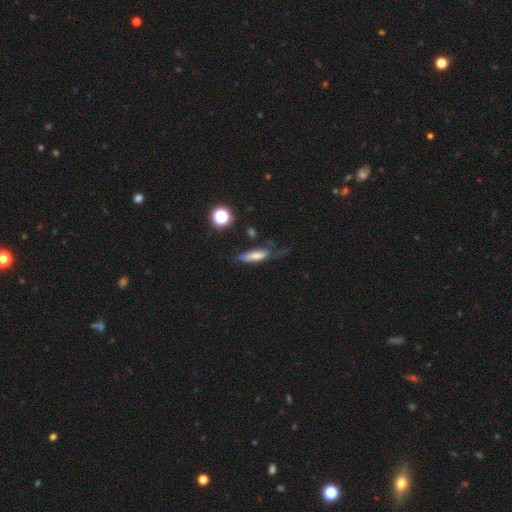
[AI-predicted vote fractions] smooth-or-featured: smooth: 66% | featured or disk: 24% | star or artifact: 10%
  how-rounded: cigar-shaped: 50% | in between: 46% | round: 4%
  merging: none: 40% | minor disturbance: 28% | major disturbance: 27% | merger: 4%